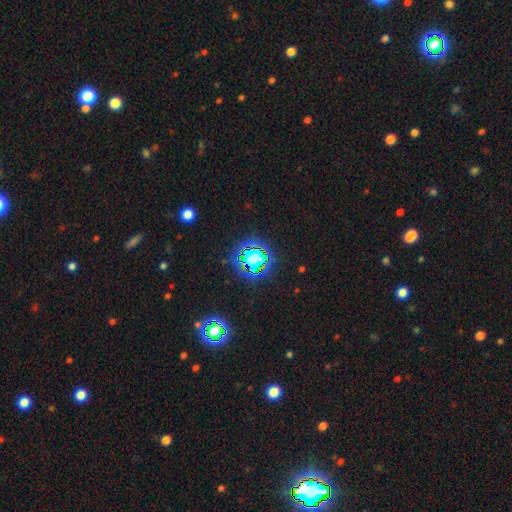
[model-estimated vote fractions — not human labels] Q: Smooth or featured?
A: star or artifact (83%); runner-up: smooth (10%)